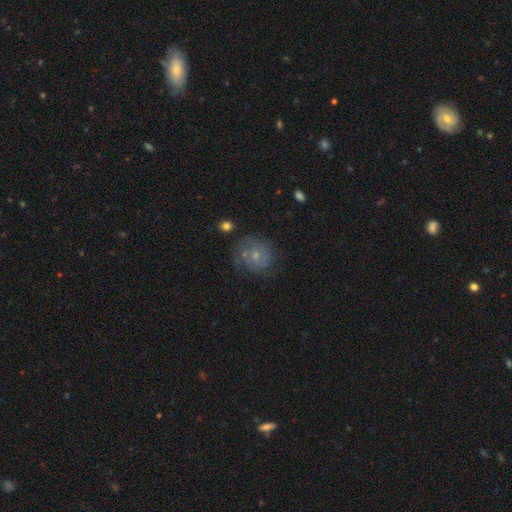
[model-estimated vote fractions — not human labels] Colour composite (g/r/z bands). It shows a smooth galaxy with no disk features (48%). Merging: none (65%).